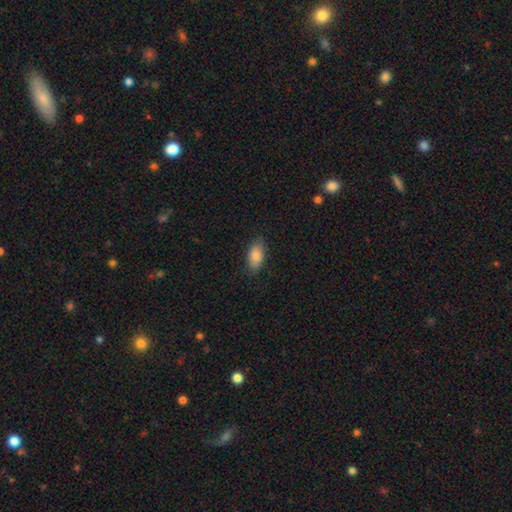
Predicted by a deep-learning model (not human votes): The model was most divided on "merging": none: 82%, minor disturbance: 14%, major disturbance: 3%, merger: 1%. More confident: how rounded — in between (90%); smooth or featured — smooth (85%).